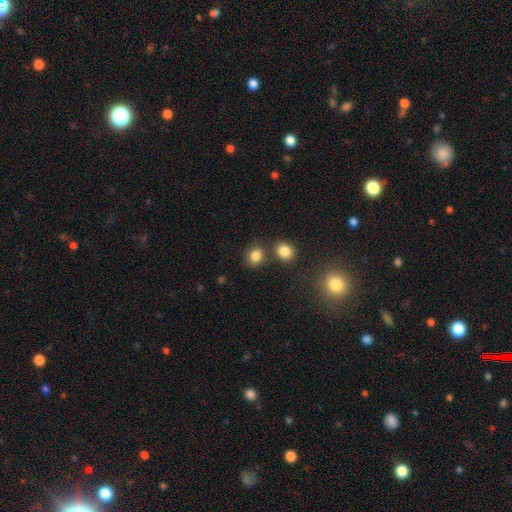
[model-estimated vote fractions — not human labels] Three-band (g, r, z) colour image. It shows a smooth galaxy with no disk features (83%) that is round (56%). Merging: none (67%).